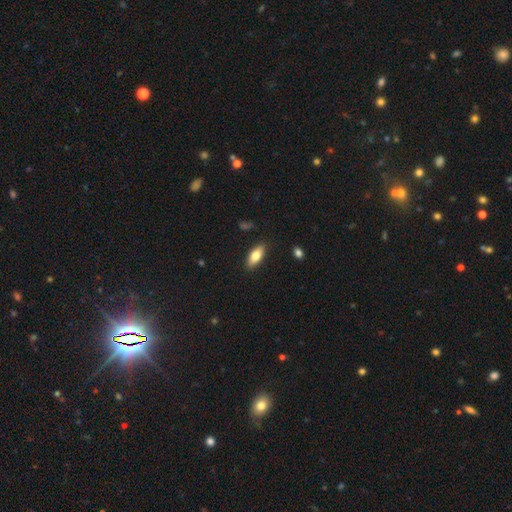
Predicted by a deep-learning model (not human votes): Smooth or featured: smooth — 75% (featured or disk — 19%)
How rounded: in between — 81% (cigar-shaped — 16%)
Merging: none — 87% (minor disturbance — 9%)